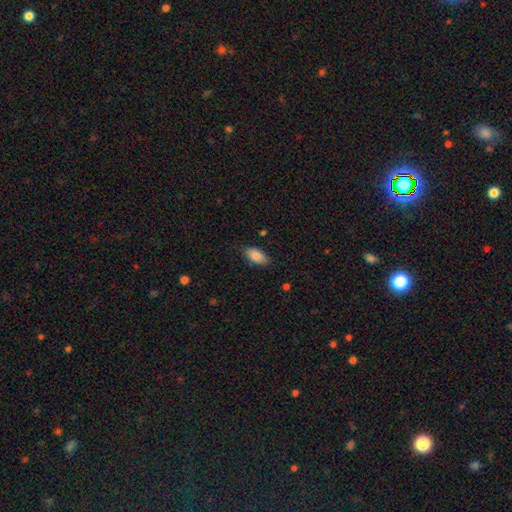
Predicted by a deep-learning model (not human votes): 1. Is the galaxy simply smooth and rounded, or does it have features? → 84% smooth, 9% featured or disk, 7% star or artifact.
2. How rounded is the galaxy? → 92% in between, 5% cigar-shaped, 3% round.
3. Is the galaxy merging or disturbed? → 81% none, 15% minor disturbance, 3% major disturbance, 1% merger.